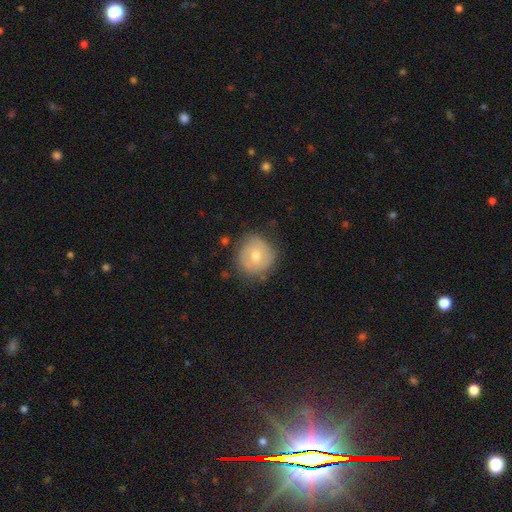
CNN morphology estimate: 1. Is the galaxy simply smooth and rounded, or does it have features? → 50% smooth, 42% featured or disk, 9% star or artifact.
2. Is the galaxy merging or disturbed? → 77% none, 17% minor disturbance, 4% major disturbance, 1% merger.